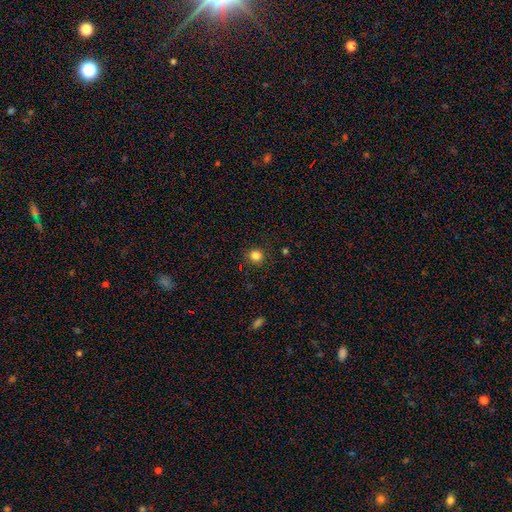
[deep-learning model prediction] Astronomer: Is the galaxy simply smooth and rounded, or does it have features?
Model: smooth — 83%.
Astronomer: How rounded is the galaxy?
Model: round — 91%.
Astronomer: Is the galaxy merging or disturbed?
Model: none — 90%.